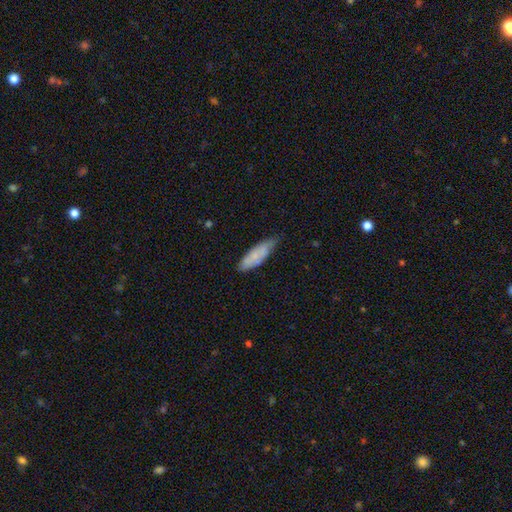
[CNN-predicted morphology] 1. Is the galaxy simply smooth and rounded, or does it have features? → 65% smooth, 29% featured or disk, 7% star or artifact.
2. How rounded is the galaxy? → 58% in between, 40% cigar-shaped, 2% round.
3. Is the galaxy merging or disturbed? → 61% none, 31% minor disturbance, 5% major disturbance, 3% merger.